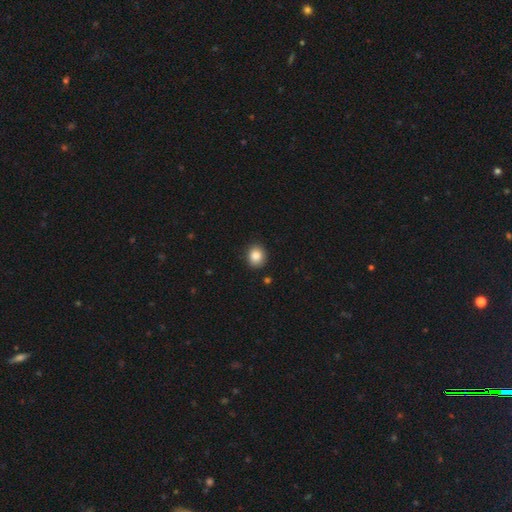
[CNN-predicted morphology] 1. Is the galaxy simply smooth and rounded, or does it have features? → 85% smooth, 9% star or artifact, 5% featured or disk.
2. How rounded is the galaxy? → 73% round, 26% in between, 1% cigar-shaped.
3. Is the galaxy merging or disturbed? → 89% none, 8% minor disturbance, 2% major disturbance, 1% merger.